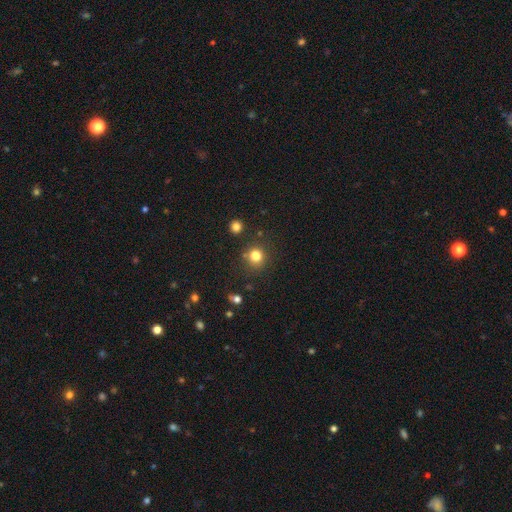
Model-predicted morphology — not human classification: smooth_or_featured: smooth (p=0.80) [alt: star or artifact p=0.14]
how_rounded: round (p=0.84) [alt: in between p=0.15]
merging: none (p=0.79) [alt: minor disturbance p=0.11]